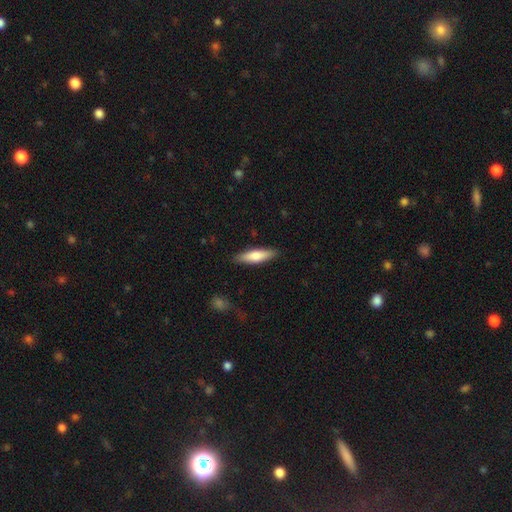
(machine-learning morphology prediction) smooth 68%, featured or disk 26%, star or artifact 5%. Down the decision tree: how rounded — cigar-shaped (67%); merging — none (87%).